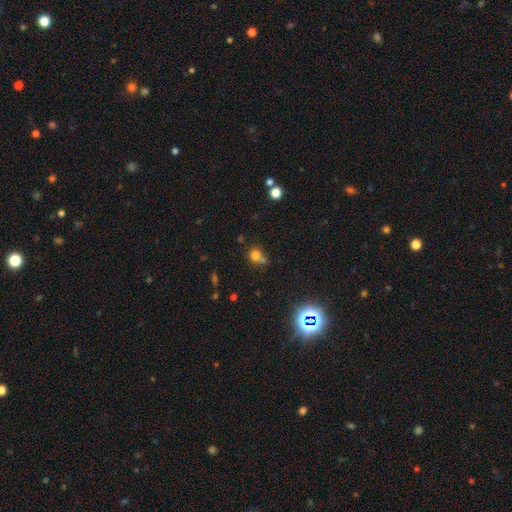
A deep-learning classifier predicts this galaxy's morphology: type=smooth (71%); roundness=round (79%); merging=none (49%).